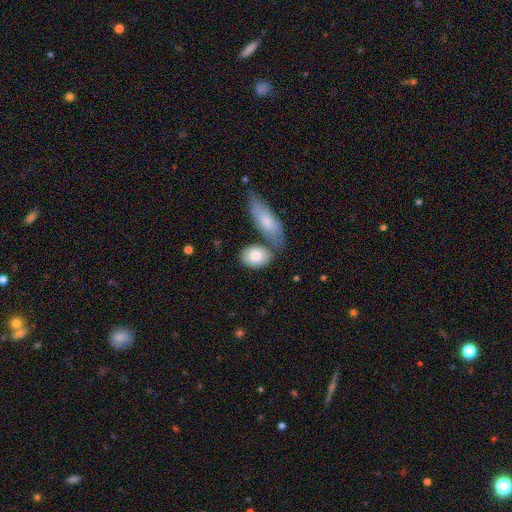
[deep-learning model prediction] Smooth or featured: smooth — 79% (featured or disk — 15%)
How rounded: in between — 76% (round — 21%)
Merging: none — 54% (merger — 25%)